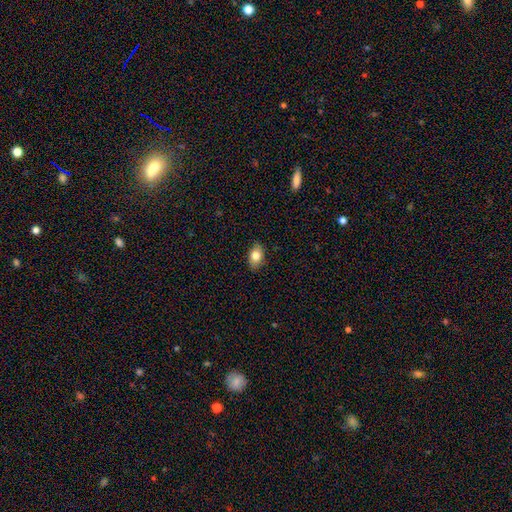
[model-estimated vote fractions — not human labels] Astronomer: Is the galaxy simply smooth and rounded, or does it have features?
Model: smooth — 80%.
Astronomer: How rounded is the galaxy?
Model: in between — 87%.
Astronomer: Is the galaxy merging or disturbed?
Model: none — 85%.